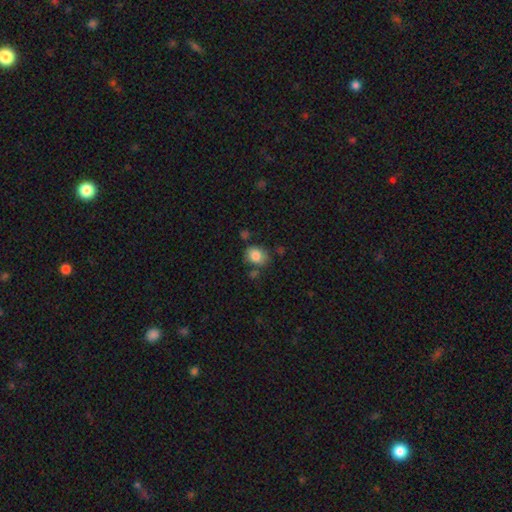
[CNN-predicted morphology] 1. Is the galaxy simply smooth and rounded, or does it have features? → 84% smooth, 9% star or artifact, 7% featured or disk.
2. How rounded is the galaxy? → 55% round, 44% in between, 1% cigar-shaped.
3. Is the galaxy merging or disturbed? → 66% none, 20% minor disturbance, 9% merger, 6% major disturbance.